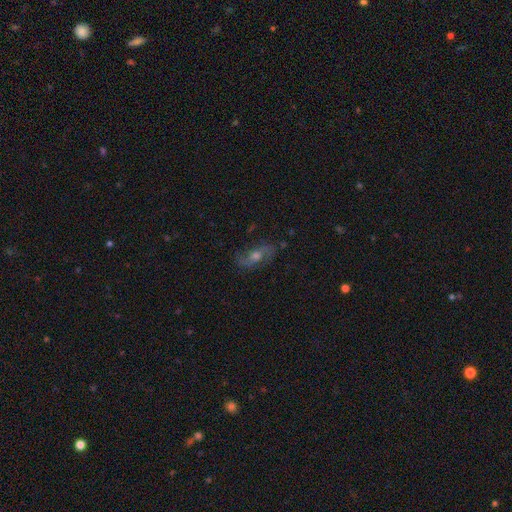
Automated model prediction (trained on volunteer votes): Smooth or featured?
  - featured or disk: 70% *
  - smooth: 19%
  - star or artifact: 12%
Edge-on disk?
  - no: 87% *
  - yes: 13%
Bar?
  - no: 58% *
  - weak: 32%
  - strong: 11%
Spiral arms?
  - yes: 89% *
  - no: 11%
Spiral winding?
  - loose: 53% *
  - medium: 34%
  - tight: 13%
Spiral arm count?
  - 2: 87% *
  - can't tell: 7%
  - 1: 2%
  - 3: 1%
  - 4: 1%
  - more than 4: 1%
Bulge size?
  - moderate: 65% *
  - small: 23%
  - large: 8%
  - none: 2%
  - dominant: 1%
Merging?
  - none: 78% *
  - minor disturbance: 15%
  - major disturbance: 6%
  - merger: 1%